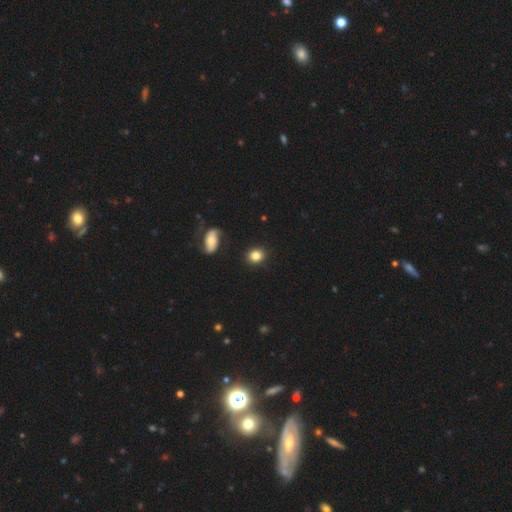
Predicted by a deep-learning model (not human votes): This appears to be a smooth galaxy with no disk features (84%) that is round (65%). Merging: none (86%).